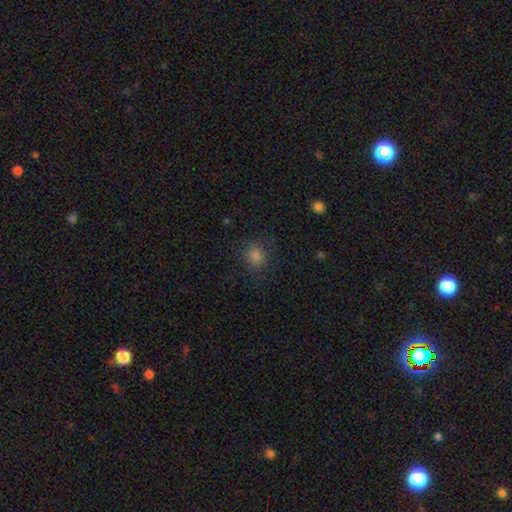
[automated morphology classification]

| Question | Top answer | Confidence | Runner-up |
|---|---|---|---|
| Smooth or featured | smooth | 79% | star or artifact (16%) |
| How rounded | round | 86% | in between (13%) |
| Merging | none | 84% | minor disturbance (11%) |